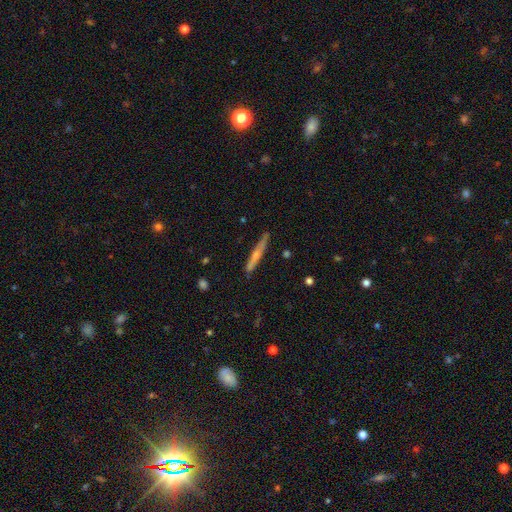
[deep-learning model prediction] Smooth or featured?
  - featured or disk: 49% *
  - smooth: 44%
  - star or artifact: 6%
Merging?
  - none: 84% *
  - minor disturbance: 12%
  - major disturbance: 2%
  - merger: 2%